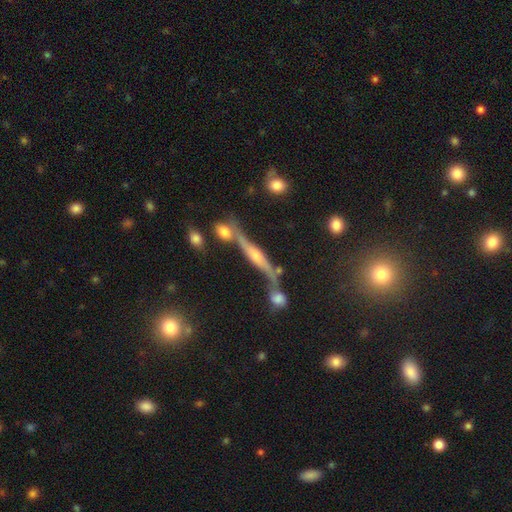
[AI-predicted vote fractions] Morphology: type=featured or disk (71%); edge-on=yes (89%); edge-on bulge=rounded (79%); merging=none (58%).